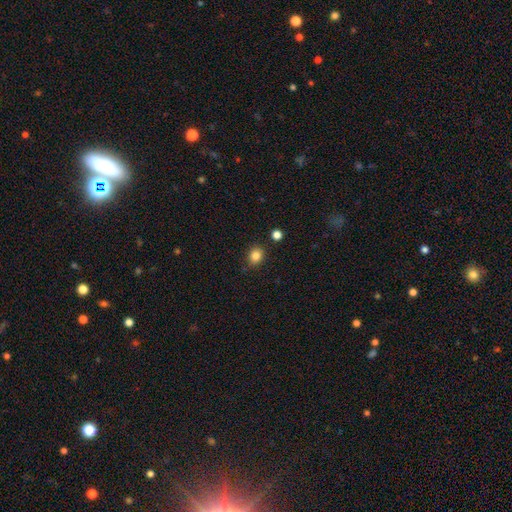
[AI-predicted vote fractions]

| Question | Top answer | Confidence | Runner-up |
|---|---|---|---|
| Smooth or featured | smooth | 84% | star or artifact (11%) |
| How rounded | round | 65% | in between (34%) |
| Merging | none | 83% | minor disturbance (11%) |